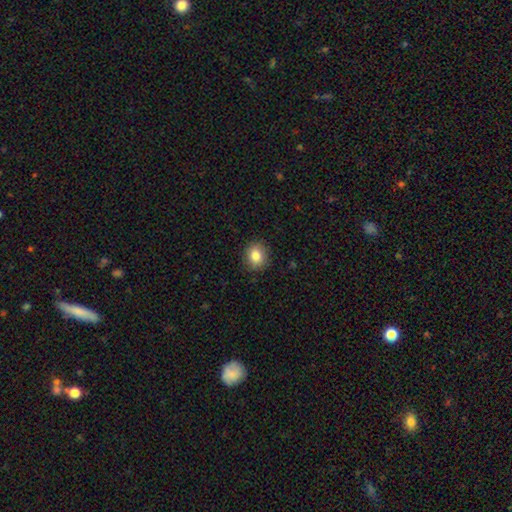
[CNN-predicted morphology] This is clearly a smooth galaxy (84%). How rounded: likely round (70%). Merging: clearly none (89%).